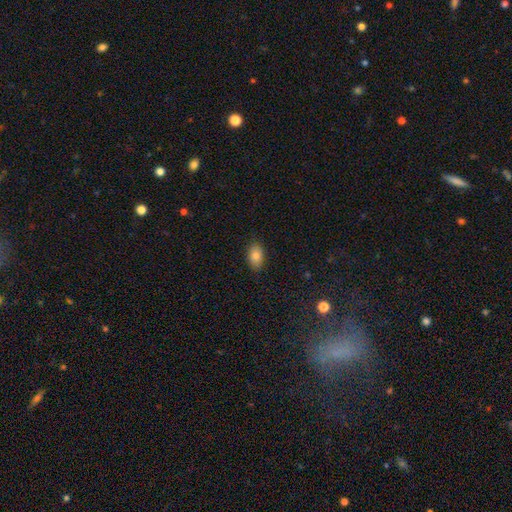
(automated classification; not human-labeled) Morphology: type=smooth (83%); roundness=in between (89%); merging=none (87%).